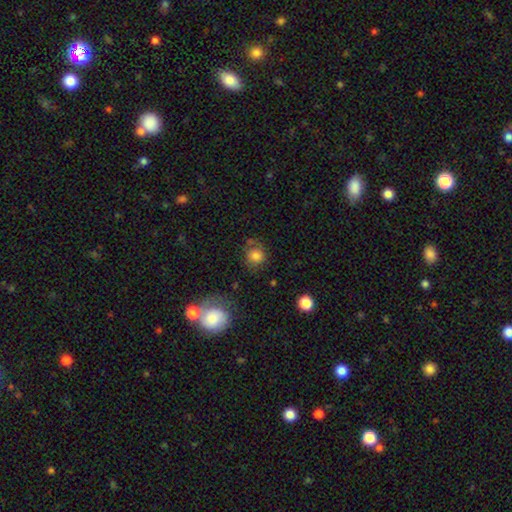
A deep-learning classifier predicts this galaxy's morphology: smooth 76%, featured or disk 13%, star or artifact 11%. Down the decision tree: how rounded — round (83%); merging — none (65%).